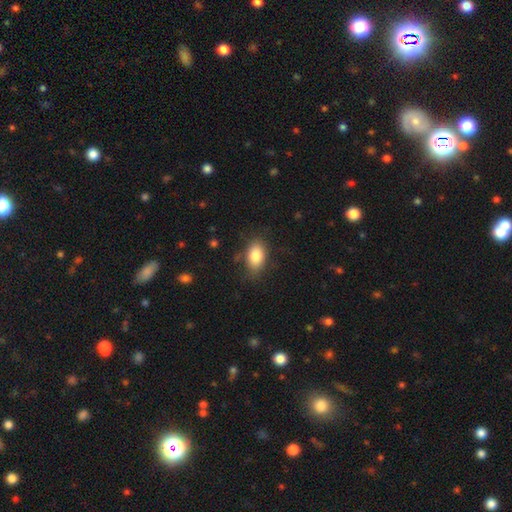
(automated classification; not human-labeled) Smooth or featured? Predicted: smooth (p=0.84). How rounded? Predicted: in between (p=0.89). Merging? Predicted: none (p=0.75).